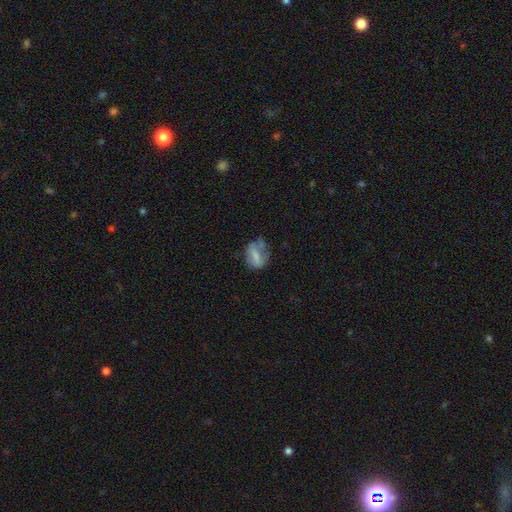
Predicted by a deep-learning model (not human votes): Smooth or featured? smooth (59%)
How rounded? in between (67%)
Merging? none (41%)